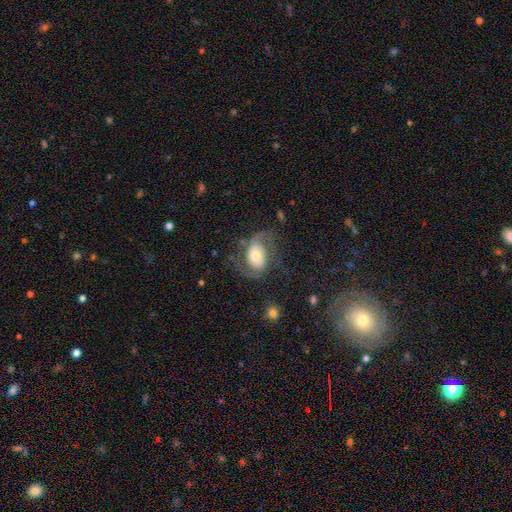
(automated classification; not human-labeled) Smooth or featured? featured or disk (74%)
Edge-on disk? no (97%)
Bar? no (62%)
Spiral arms? yes (90%)
Spiral winding? medium (47%)
Spiral arm count? 2 (87%)
Bulge size? moderate (60%)
Merging? none (58%)